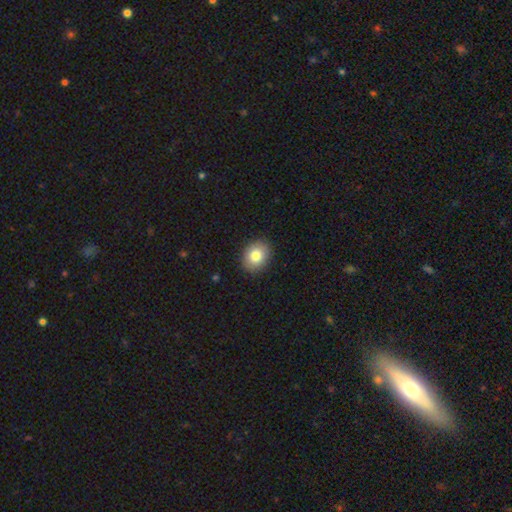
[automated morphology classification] Overall: smooth (82%). How rounded: in between (54%; round 45%). Merging: none (90%).